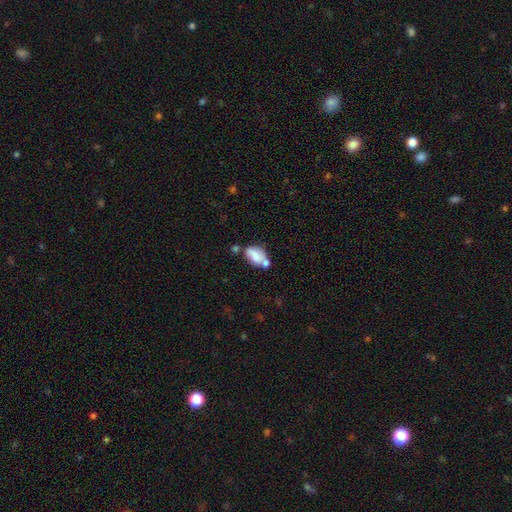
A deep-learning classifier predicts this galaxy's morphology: smooth-or-featured: smooth: 71% | featured or disk: 21% | star or artifact: 8%
  how-rounded: in between: 90% | round: 8% | cigar-shaped: 2%
  merging: none: 37% | merger: 35% | minor disturbance: 19% | major disturbance: 8%